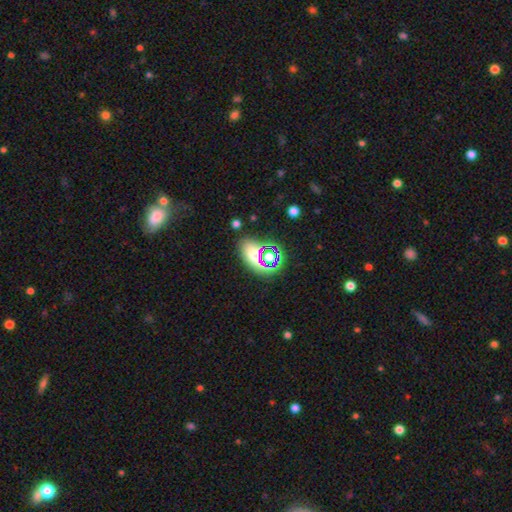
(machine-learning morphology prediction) smooth_or_featured: smooth (p=0.56) [alt: star or artifact p=0.30]
how_rounded: in between (p=0.72) [alt: round p=0.25]
merging: none (p=0.71) [alt: minor disturbance p=0.15]